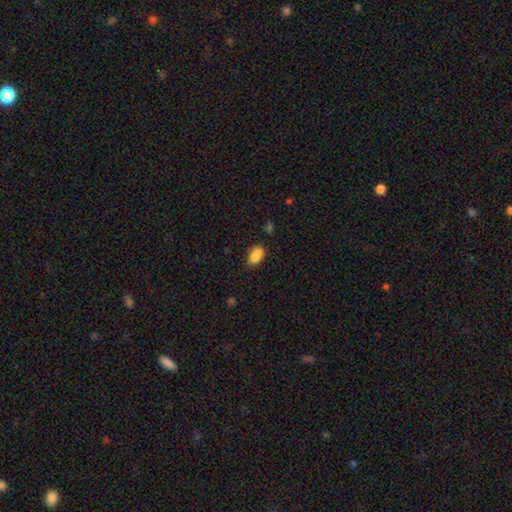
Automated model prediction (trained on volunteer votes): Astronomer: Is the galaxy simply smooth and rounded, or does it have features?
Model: smooth — 82%.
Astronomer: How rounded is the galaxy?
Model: in between — 87%.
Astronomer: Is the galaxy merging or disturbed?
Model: none — 60%.